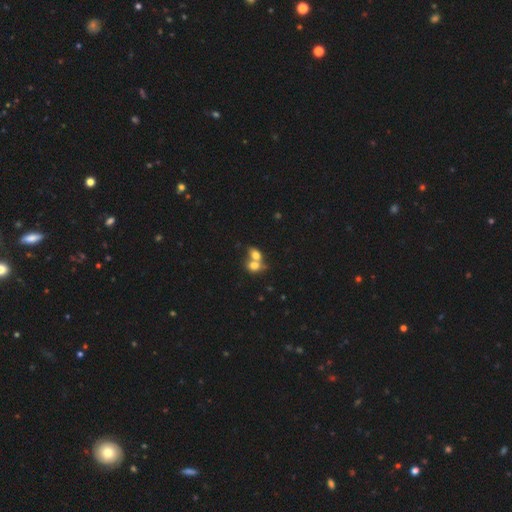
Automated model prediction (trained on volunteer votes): This appears to be a smooth galaxy with no disk features (73%) that is in between round and cigar-shaped (60%). Merging: merger (71%).